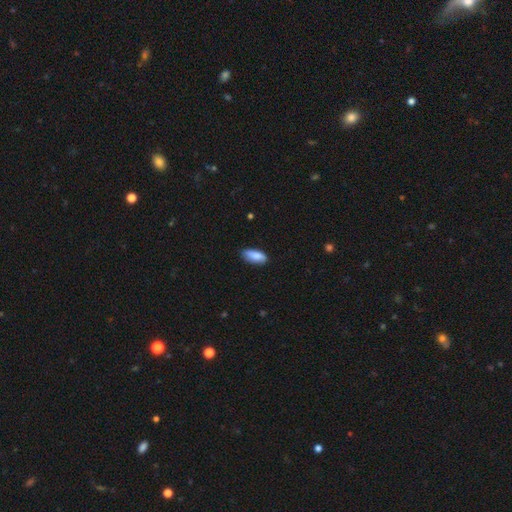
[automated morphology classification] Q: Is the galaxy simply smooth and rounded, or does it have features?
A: smooth — 86%.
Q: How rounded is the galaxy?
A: in between — 82%.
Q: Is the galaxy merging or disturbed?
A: none — 77%.